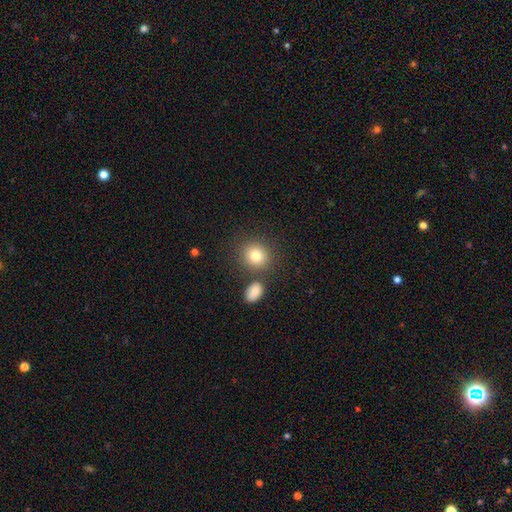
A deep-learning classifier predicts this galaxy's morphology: A smooth galaxy with no disk features (81%) that is round (81%). Merging: none (76%).